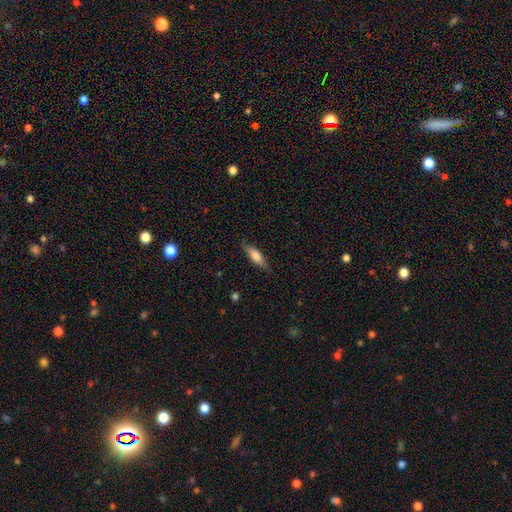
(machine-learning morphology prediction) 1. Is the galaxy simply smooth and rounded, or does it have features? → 77% smooth, 17% featured or disk, 6% star or artifact.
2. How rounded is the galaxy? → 51% cigar-shaped, 47% in between, 2% round.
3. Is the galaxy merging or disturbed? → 81% none, 14% minor disturbance, 3% major disturbance, 1% merger.